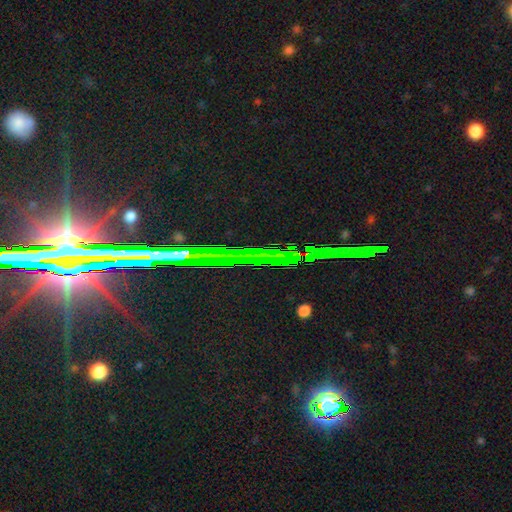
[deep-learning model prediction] smooth_or_featured: star or artifact (p=0.74) [alt: featured or disk p=0.18]